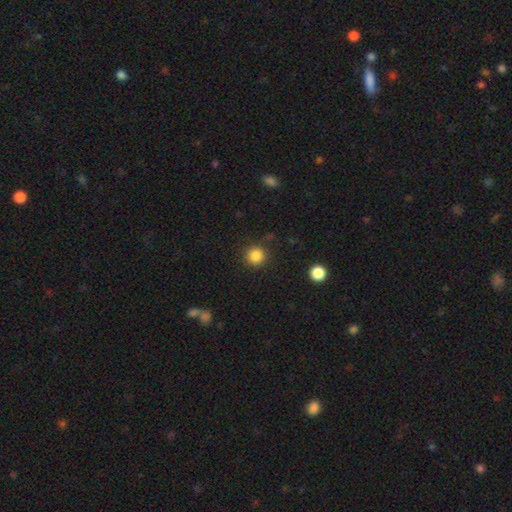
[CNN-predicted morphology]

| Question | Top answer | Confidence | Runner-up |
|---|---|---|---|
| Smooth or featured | smooth | 85% | star or artifact (11%) |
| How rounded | round | 94% | in between (5%) |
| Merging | none | 89% | minor disturbance (7%) |